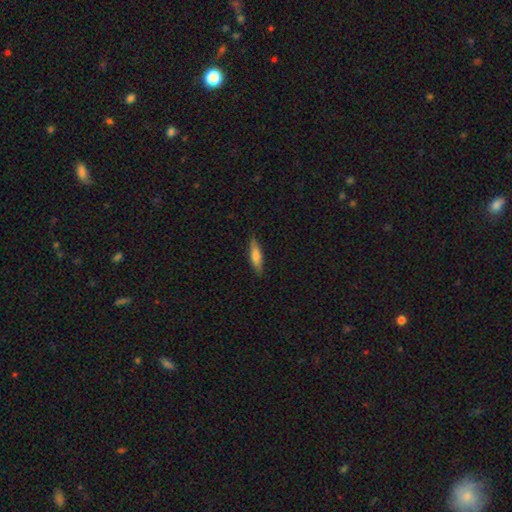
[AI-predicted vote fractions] The model was most divided on "how rounded": cigar-shaped: 66%, in between: 32%, round: 2%. More confident: merging — none (84%); smooth or featured — smooth (72%).